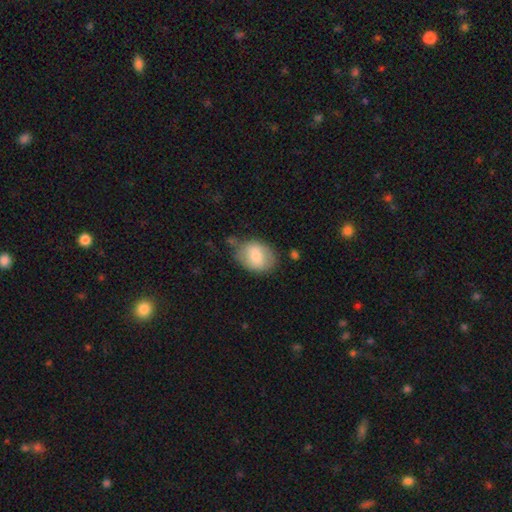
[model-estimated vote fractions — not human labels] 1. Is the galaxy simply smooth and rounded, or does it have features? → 78% smooth, 15% featured or disk, 7% star or artifact.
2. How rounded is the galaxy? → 70% in between, 29% round, 1% cigar-shaped.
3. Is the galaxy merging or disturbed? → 62% none, 25% minor disturbance, 8% major disturbance, 5% merger.